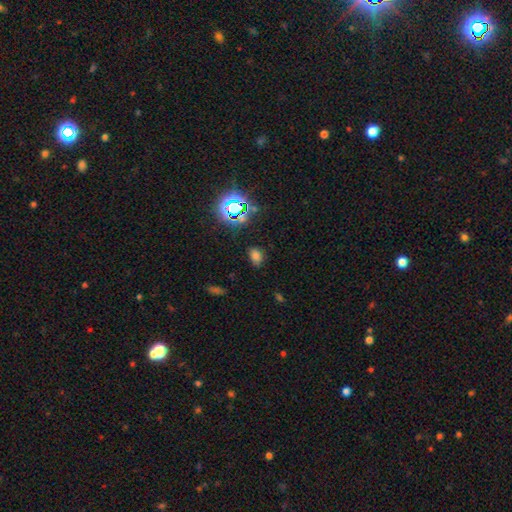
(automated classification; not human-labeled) This is likely a smooth galaxy (67%). How rounded: likely in between (78%). Merging: likely none (79%).